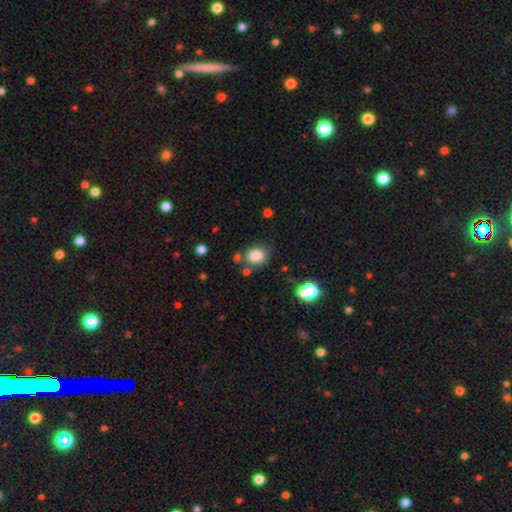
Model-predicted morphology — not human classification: A smooth galaxy with no disk features (83%) that is round (51%). Merging: none (71%).